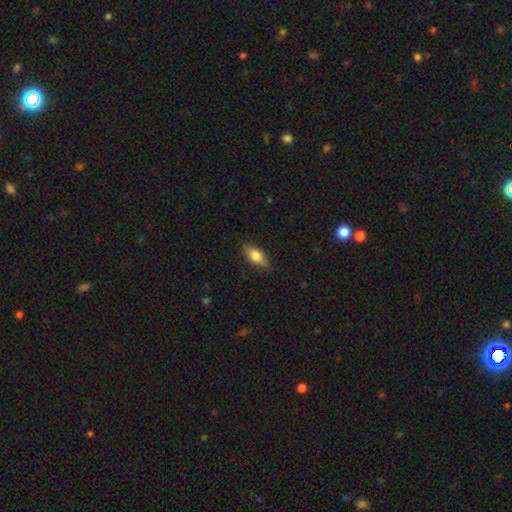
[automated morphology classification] type=smooth (75%); roundness=in between (84%); merging=none (82%).